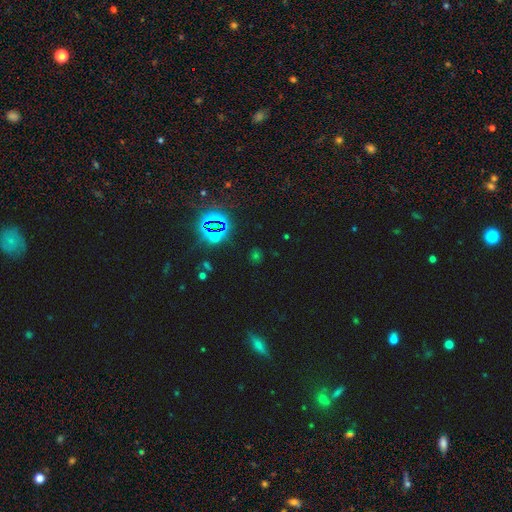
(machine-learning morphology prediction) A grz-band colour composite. It shows a star or artifact, not a galaxy (67%).